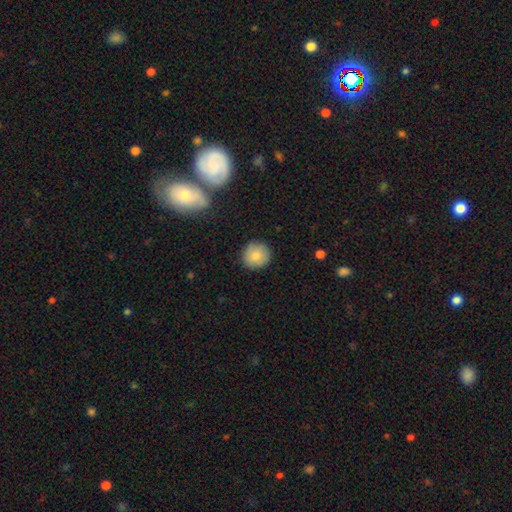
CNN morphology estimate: Q: Smooth or featured?
A: smooth (82%); runner-up: featured or disk (10%)
Q: How rounded?
A: round (92%); runner-up: in between (7%)
Q: Merging?
A: none (89%); runner-up: minor disturbance (8%)